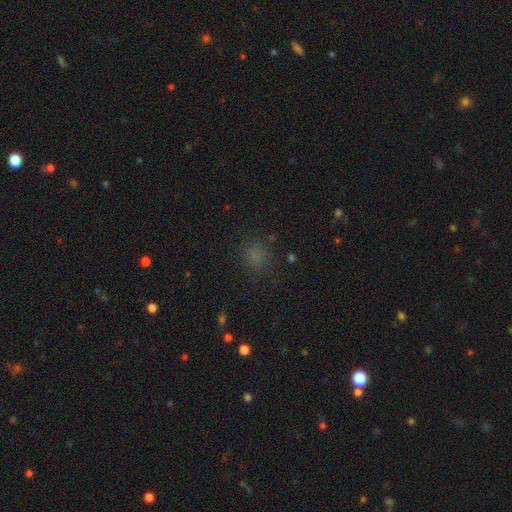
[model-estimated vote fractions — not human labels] Smooth or featured: smooth — 71% (star or artifact — 24%)
How rounded: round — 76% (in between — 23%)
Merging: none — 80% (minor disturbance — 13%)